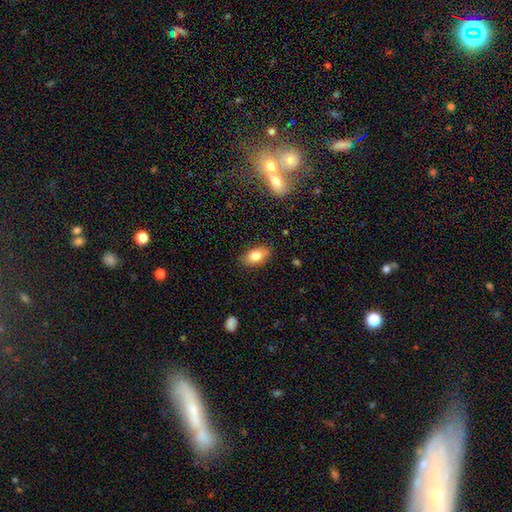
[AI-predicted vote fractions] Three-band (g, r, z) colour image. It shows a smooth galaxy with no disk features (79%) that is in between round and cigar-shaped (88%). Merging: none (85%).